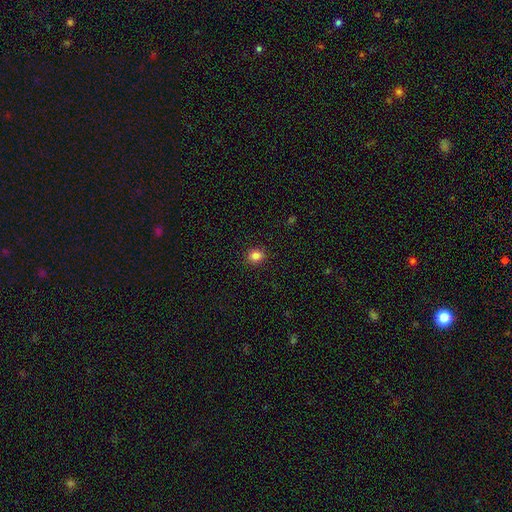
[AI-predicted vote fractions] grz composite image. It shows a smooth galaxy with no disk features (84%) that is round (72%). Merging: none (91%).